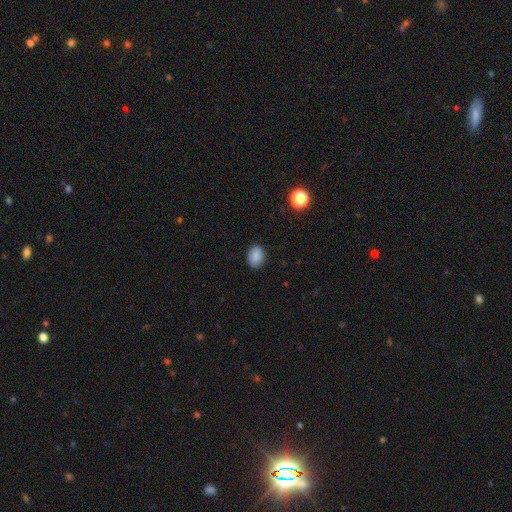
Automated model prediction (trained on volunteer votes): A smooth galaxy with no disk features (86%) that is in between round and cigar-shaped (71%). Merging: none (86%).